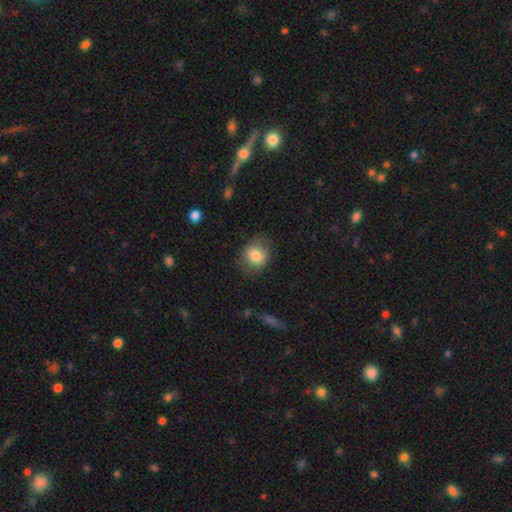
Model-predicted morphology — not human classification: This is clearly a smooth galaxy (81%). How rounded: likely round (69%). Merging: likely none (72%).